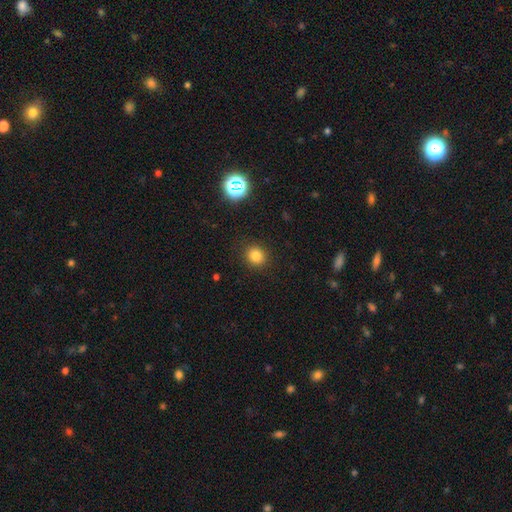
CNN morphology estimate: The model was most divided on "smooth or featured": smooth: 81%, star or artifact: 14%, featured or disk: 5%. More confident: merging — none (90%); how rounded — round (84%).